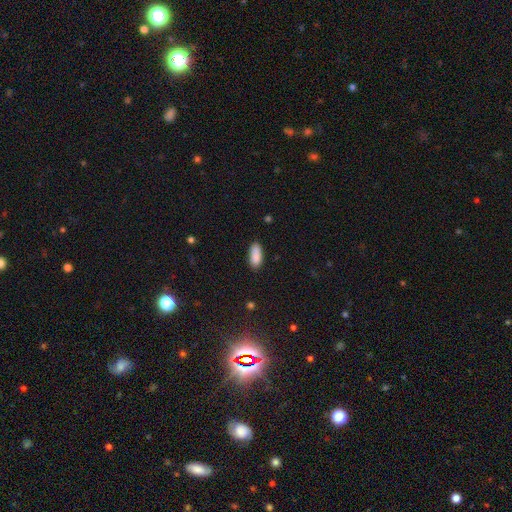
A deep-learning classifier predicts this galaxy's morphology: Q: Smooth or featured?
A: smooth (89%); runner-up: star or artifact (7%)
Q: How rounded?
A: in between (83%); runner-up: cigar-shaped (15%)
Q: Merging?
A: none (84%); runner-up: minor disturbance (13%)